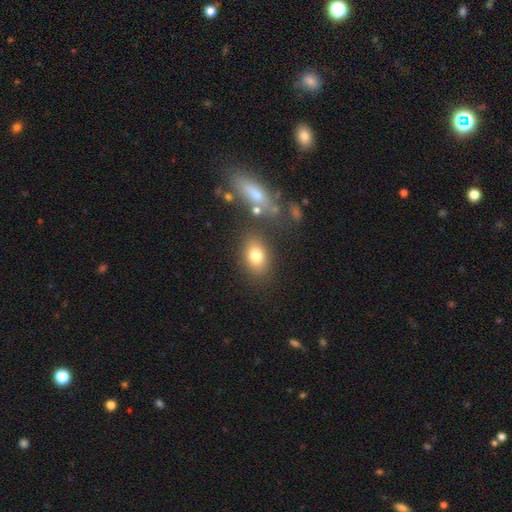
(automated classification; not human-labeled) This appears to be a smooth galaxy with no disk features (78%) that is in between round and cigar-shaped (77%). Merging: none (76%).